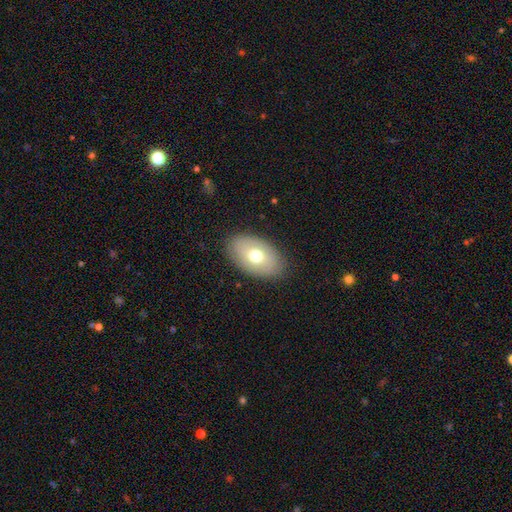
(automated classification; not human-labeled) smooth 65%, featured or disk 28%, star or artifact 7%. Down the decision tree: how rounded — in between (91%); merging — none (84%).